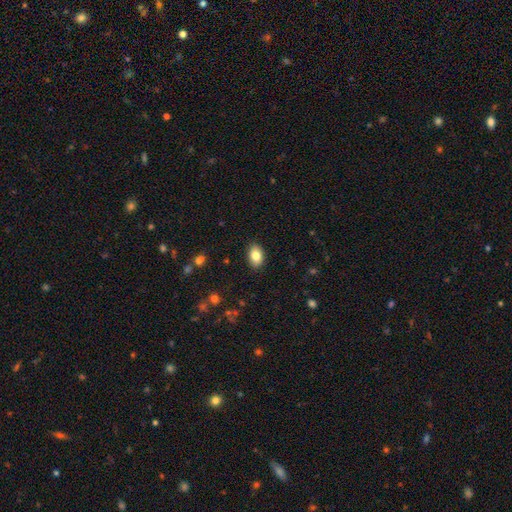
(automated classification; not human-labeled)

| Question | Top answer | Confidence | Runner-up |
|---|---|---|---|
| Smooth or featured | smooth | 84% | featured or disk (8%) |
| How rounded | in between | 86% | round (12%) |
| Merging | none | 88% | minor disturbance (9%) |